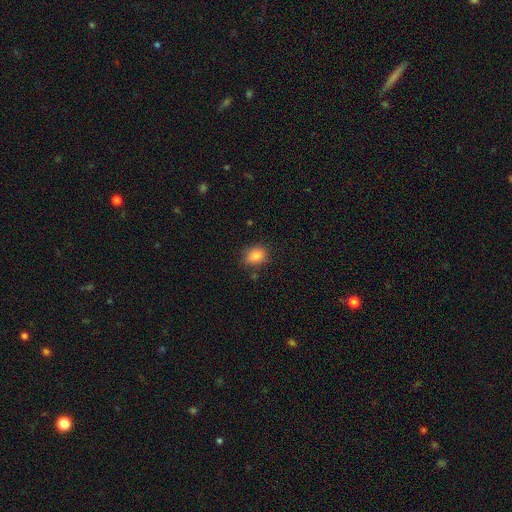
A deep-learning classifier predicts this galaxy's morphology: A smooth galaxy with no disk features (85%) that is in between round and cigar-shaped (58%).

Vote fractions:
- Smooth or featured? smooth: 85% / star or artifact: 9% / featured or disk: 5%
- How rounded? in between: 58% / round: 41% / cigar-shaped: 1%
- Merging? none: 81% / minor disturbance: 14% / major disturbance: 3% / merger: 2%